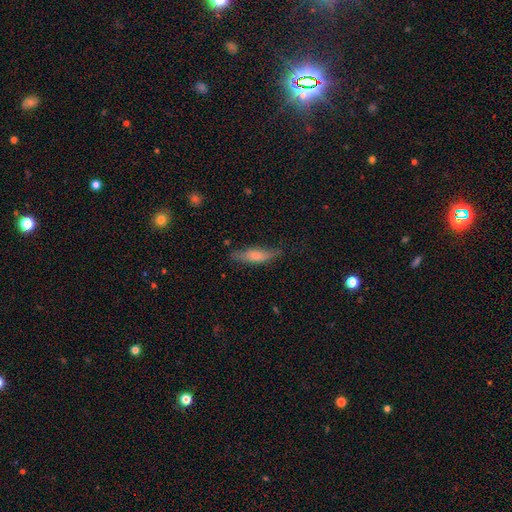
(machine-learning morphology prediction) smooth 69%, featured or disk 24%, star or artifact 7%. Down the decision tree: how rounded — cigar-shaped (66%); merging — none (71%).